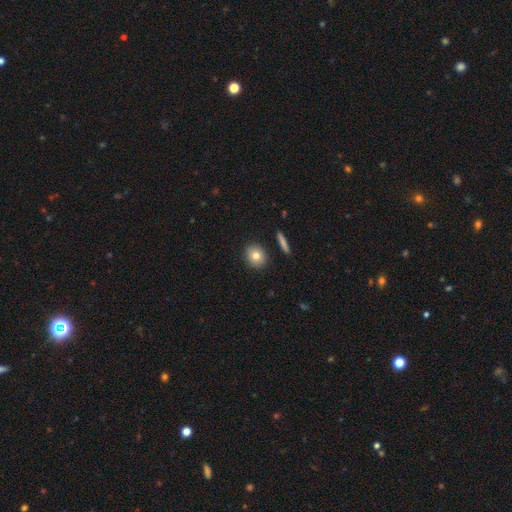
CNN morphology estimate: Smooth or featured? Predicted: smooth (p=0.78). How rounded? Predicted: round (p=0.76). Merging? Predicted: none (p=0.90).